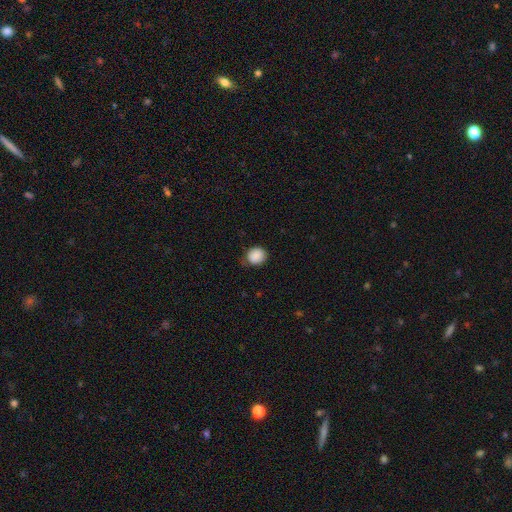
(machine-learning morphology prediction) This appears to be a smooth galaxy with no disk features (89%) that is round (78%). Merging: none (74%).